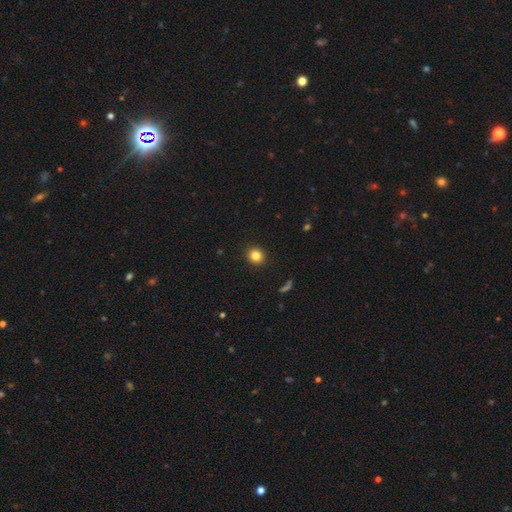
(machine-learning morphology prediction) Overall: smooth (83%). How rounded: round (86%). Merging: none (92%).